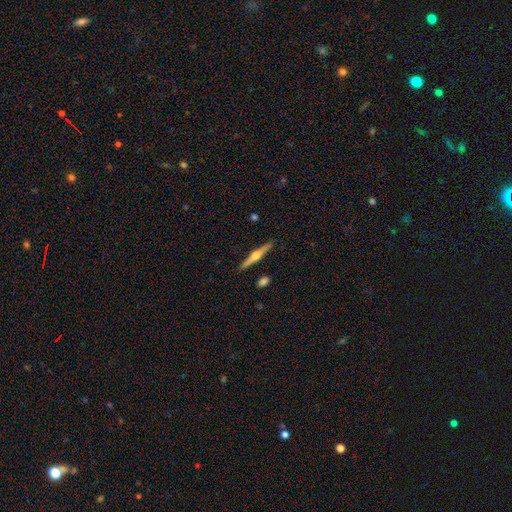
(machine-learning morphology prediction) Q: Smooth or featured?
A: featured or disk (68%); runner-up: smooth (26%)
Q: Edge-on disk?
A: yes (98%); runner-up: no (2%)
Q: Edge-on bulge?
A: rounded (93%); runner-up: boxy (4%)
Q: Merging?
A: none (90%); runner-up: minor disturbance (7%)